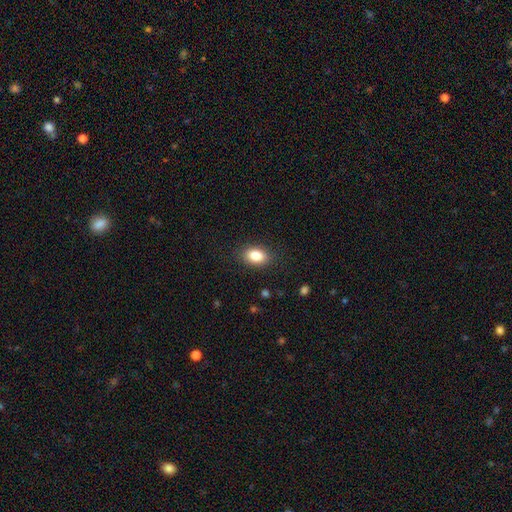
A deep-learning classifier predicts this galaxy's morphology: smooth 85%, star or artifact 8%, featured or disk 6%. Down the decision tree: how rounded — in between (83%); merging — none (86%).